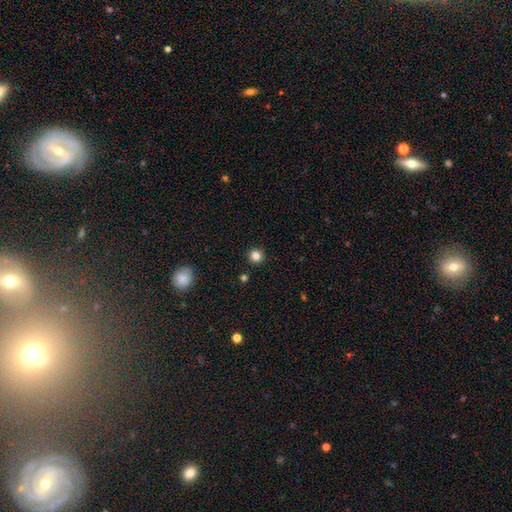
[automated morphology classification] smooth-or-featured: smooth: 83% | star or artifact: 13% | featured or disk: 4%
  how-rounded: round: 94% | in between: 5% | cigar-shaped: 1%
  merging: none: 92% | minor disturbance: 5% | major disturbance: 2% | merger: 2%